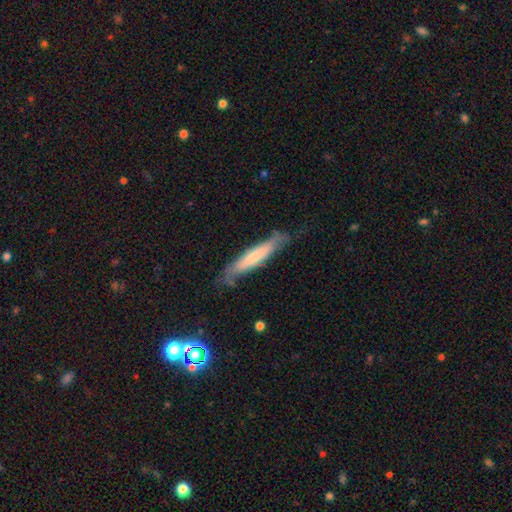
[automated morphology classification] A smooth galaxy with no disk features (61%) that is cigar-shaped (87%). Merging: none (67%).